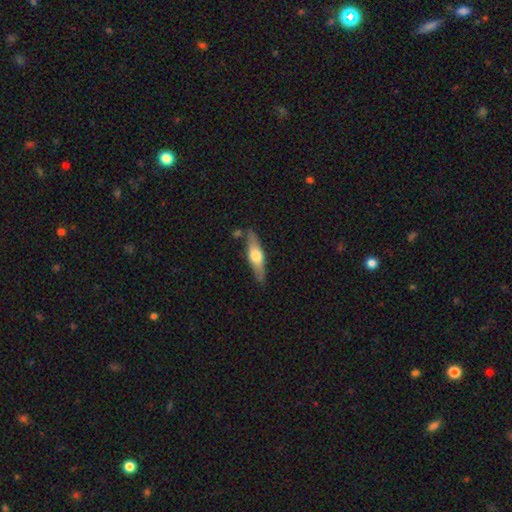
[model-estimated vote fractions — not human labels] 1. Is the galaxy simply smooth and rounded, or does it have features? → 48% featured or disk, 46% smooth, 5% star or artifact.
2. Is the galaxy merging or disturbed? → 79% none, 13% minor disturbance, 5% merger, 3% major disturbance.